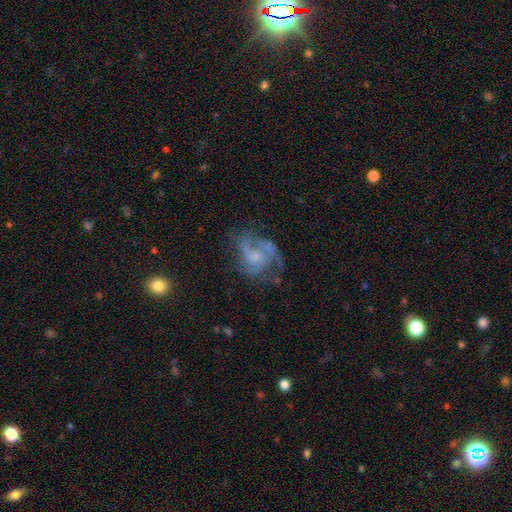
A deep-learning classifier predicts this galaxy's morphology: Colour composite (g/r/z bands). It shows a featured or disk galaxy (72%) with no bar (70%), 2 (32%) medium (47%) spiral arms (77%) and a moderate central bulge (35%). Merging: none (46%).